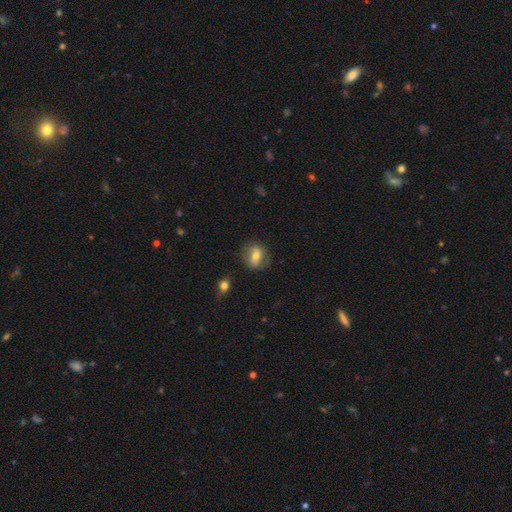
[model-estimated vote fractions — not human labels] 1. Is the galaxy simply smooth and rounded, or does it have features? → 58% smooth, 33% featured or disk, 9% star or artifact.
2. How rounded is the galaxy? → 54% round, 43% in between, 3% cigar-shaped.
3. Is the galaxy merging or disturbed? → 75% none, 17% minor disturbance, 6% major disturbance, 2% merger.